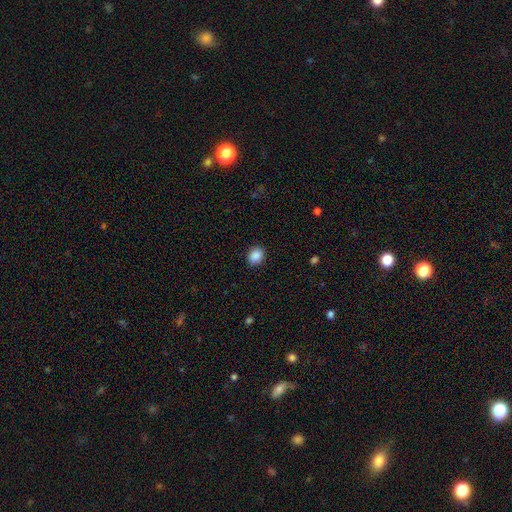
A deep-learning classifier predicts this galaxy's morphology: The model was most divided on "how rounded": round: 59%, in between: 40%, cigar-shaped: 1%. More confident: merging — none (89%); smooth or featured — smooth (88%).